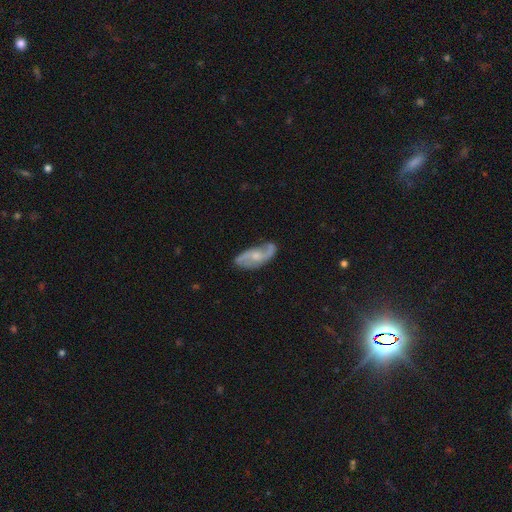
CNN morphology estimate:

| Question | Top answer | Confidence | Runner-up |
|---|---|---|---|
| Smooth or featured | featured or disk | 80% | smooth (14%) |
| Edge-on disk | no | 94% | yes (6%) |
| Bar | no | 55% | weak (37%) |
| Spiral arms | yes | 94% | no (6%) |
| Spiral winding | loose | 46% | medium (41%) |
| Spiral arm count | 2 | 88% | can't tell (5%) |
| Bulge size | small | 46% | moderate (44%) |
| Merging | none | 71% | minor disturbance (20%) |